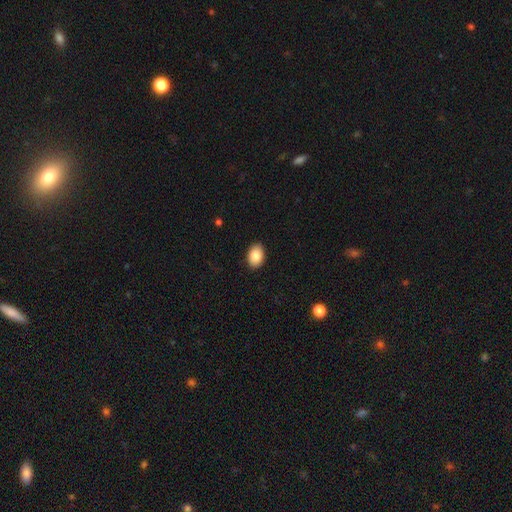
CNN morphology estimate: Smooth or featured? smooth (87%)
How rounded? in between (82%)
Merging? none (90%)